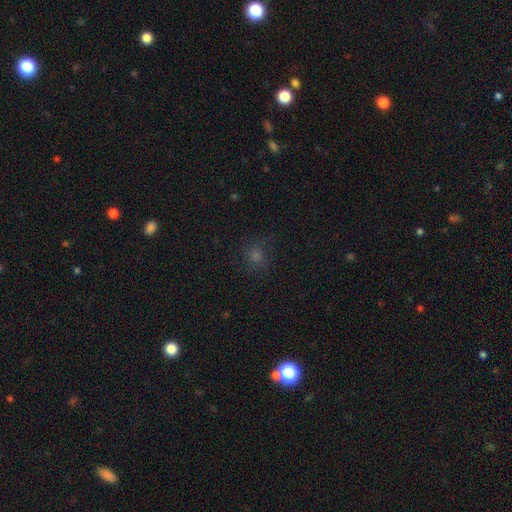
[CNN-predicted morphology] A smooth galaxy with no disk features (56%) that is round (81%).

Vote fractions:
- Smooth or featured? smooth: 56% / star or artifact: 32% / featured or disk: 12%
- How rounded? round: 81% / in between: 18% / cigar-shaped: 1%
- Merging? none: 78% / minor disturbance: 13% / major disturbance: 8% / merger: 2%